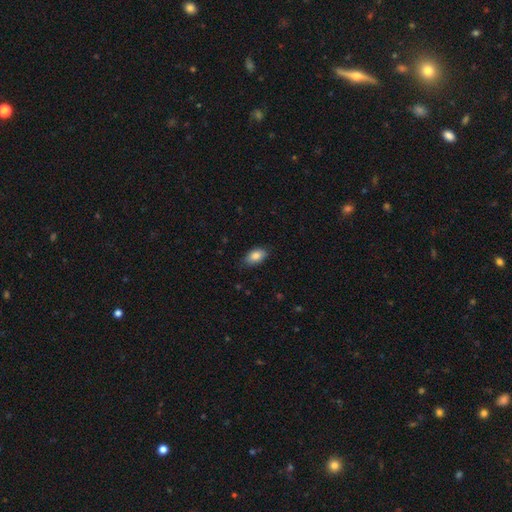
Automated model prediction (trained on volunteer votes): Overall: smooth (84%). How rounded: in between (92%). Merging: none (83%).